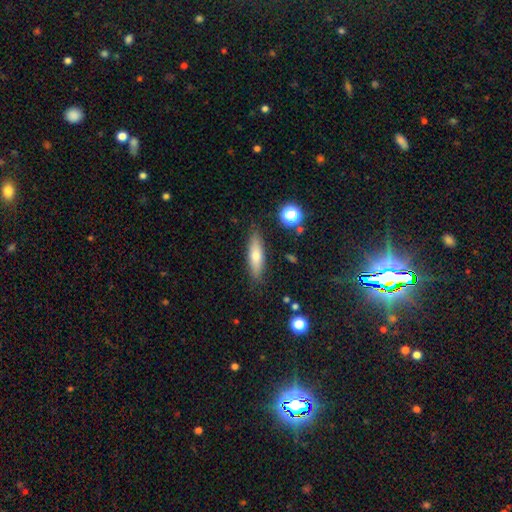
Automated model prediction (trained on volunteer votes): Smooth or featured? smooth (66%)
How rounded? cigar-shaped (64%)
Merging? none (86%)